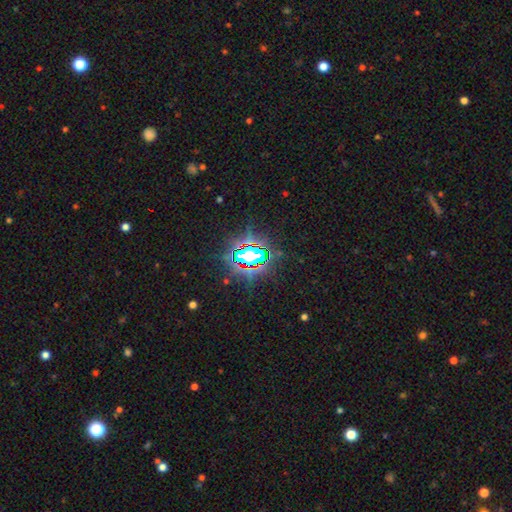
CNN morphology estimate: smooth-or-featured: star or artifact: 81% | smooth: 11% | featured or disk: 8%